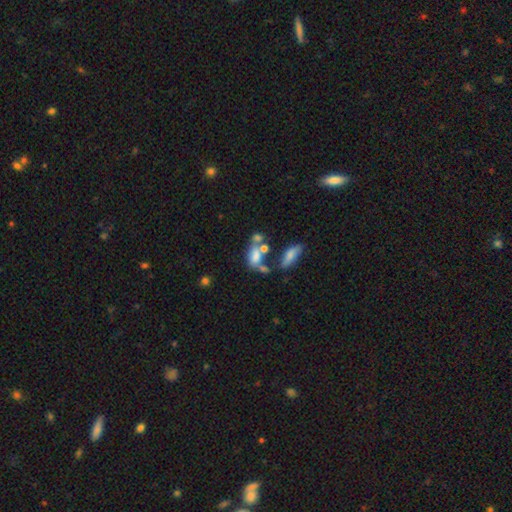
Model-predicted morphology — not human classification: Q: Smooth or featured?
A: smooth (61%); runner-up: featured or disk (27%)
Q: How rounded?
A: in between (83%); runner-up: cigar-shaped (9%)
Q: Merging?
A: merger (47%); runner-up: none (23%)